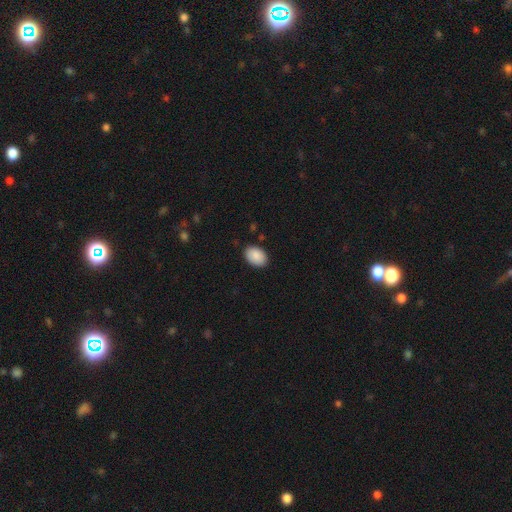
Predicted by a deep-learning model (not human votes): This appears to be a smooth galaxy with no disk features (90%) that is in between round and cigar-shaped (85%). Merging: none (88%).